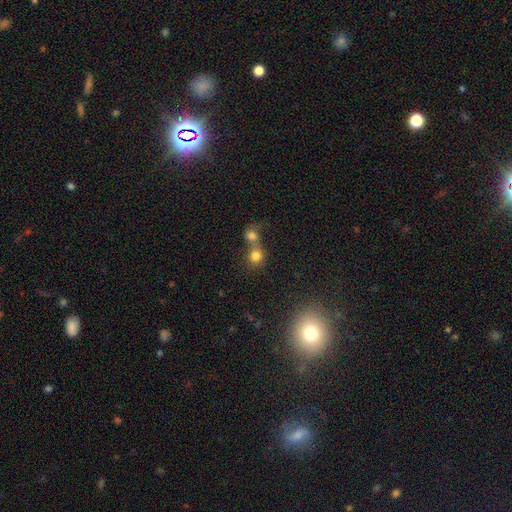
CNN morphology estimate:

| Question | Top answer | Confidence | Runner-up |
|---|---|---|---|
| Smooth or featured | smooth | 79% | star or artifact (13%) |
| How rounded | round | 85% | in between (14%) |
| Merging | merger | 53% | none (38%) |